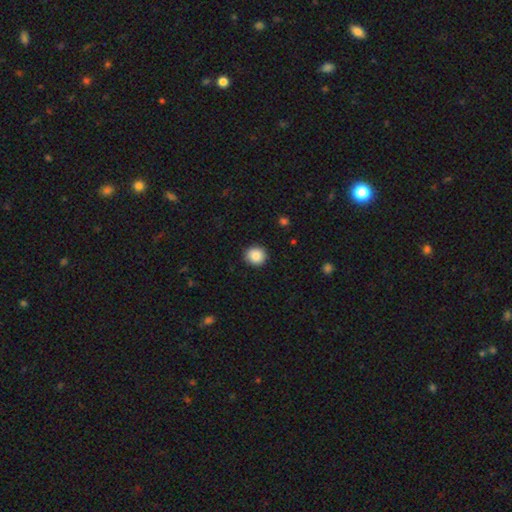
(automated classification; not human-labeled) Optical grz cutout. It shows a smooth galaxy with no disk features (88%) that is round (90%). Merging: none (90%).